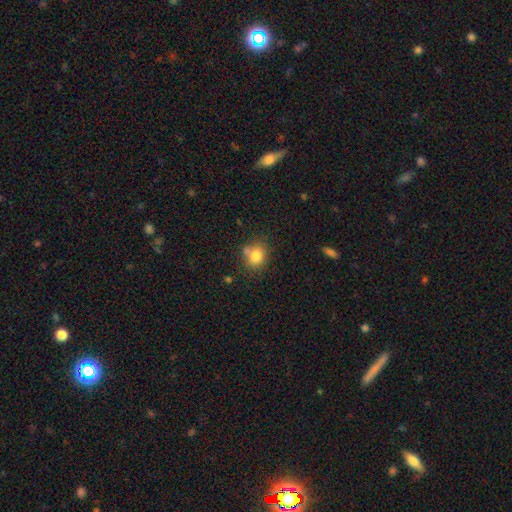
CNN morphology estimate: smooth 81%, star or artifact 11%, featured or disk 8%. Down the decision tree: how rounded — round (66%); merging — none (61%).